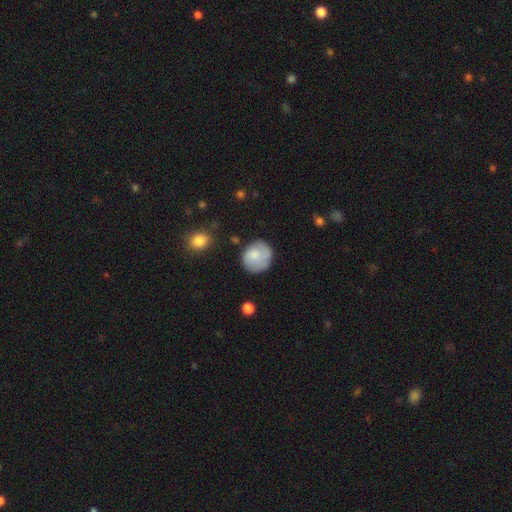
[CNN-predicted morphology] The model was most divided on "merging": none: 70%, minor disturbance: 21%, major disturbance: 6%, merger: 3%. More confident: how rounded — round (83%); smooth or featured — smooth (73%).